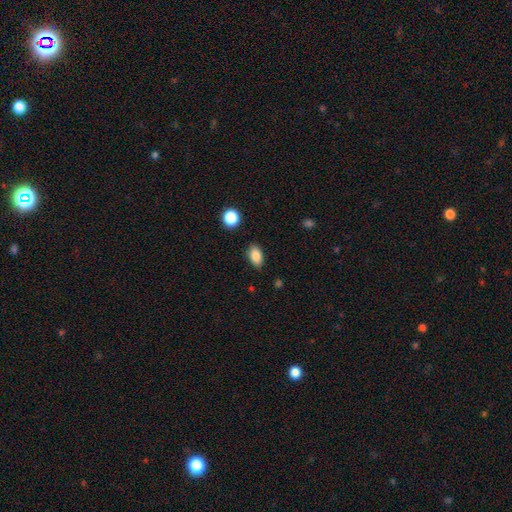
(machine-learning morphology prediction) A smooth galaxy with no disk features (86%) that is in between round and cigar-shaped (90%). Merging: none (86%).